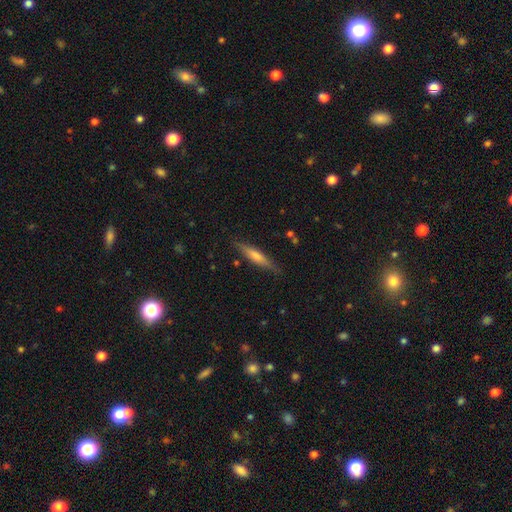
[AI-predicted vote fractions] smooth-or-featured: featured or disk: 47% | smooth: 46% | star or artifact: 7%
  merging: none: 86% | minor disturbance: 10% | major disturbance: 2% | merger: 2%